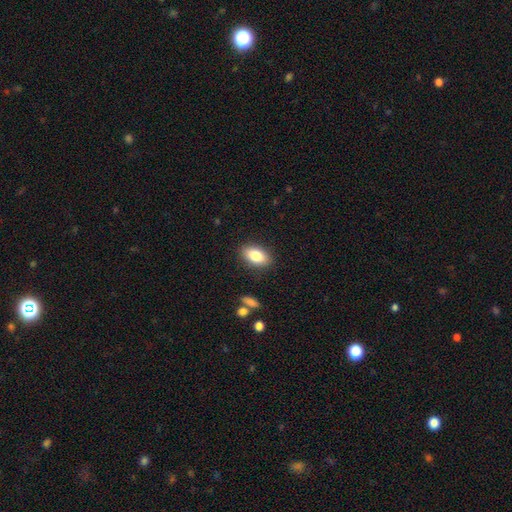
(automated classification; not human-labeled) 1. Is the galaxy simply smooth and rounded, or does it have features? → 83% smooth, 9% featured or disk, 7% star or artifact.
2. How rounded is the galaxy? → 91% in between, 6% round, 4% cigar-shaped.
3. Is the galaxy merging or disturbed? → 87% none, 9% minor disturbance, 3% major disturbance, 2% merger.